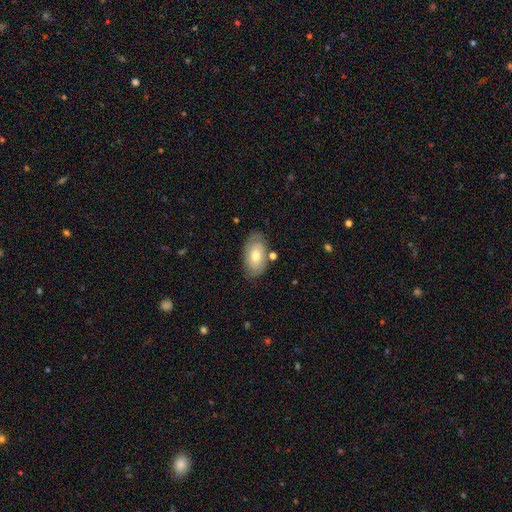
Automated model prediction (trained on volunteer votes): Q: Smooth or featured?
A: smooth (54%); runner-up: featured or disk (39%)
Q: How rounded?
A: in between (91%); runner-up: round (7%)
Q: Merging?
A: none (74%); runner-up: minor disturbance (16%)